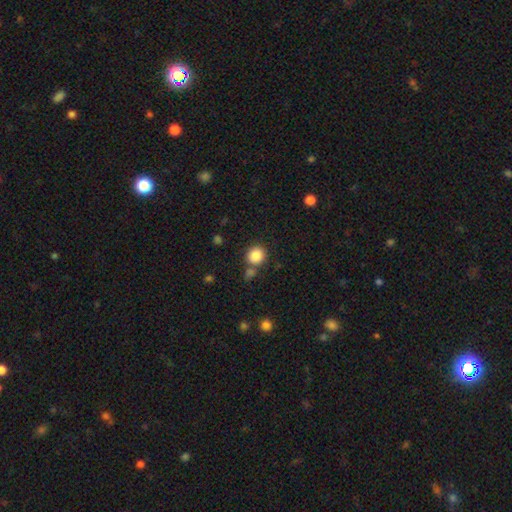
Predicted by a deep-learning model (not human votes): Morphology: type=smooth (86%); roundness=round (86%); merging=none (73%).